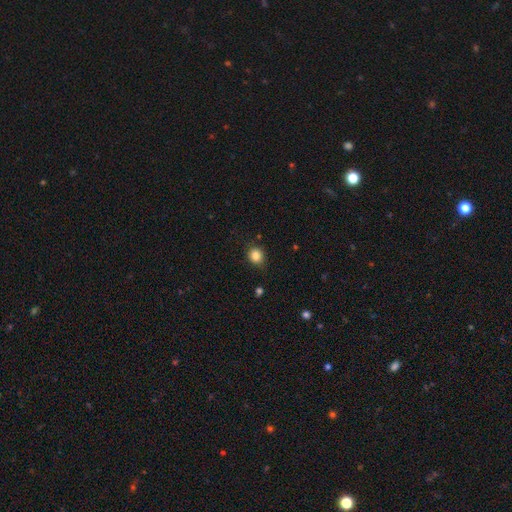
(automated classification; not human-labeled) This appears to be a smooth galaxy with no disk features (84%) that is round (77%). Merging: none (82%).